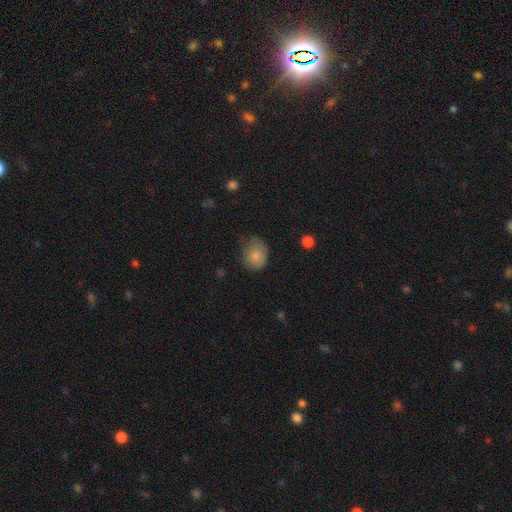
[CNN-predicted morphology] smooth 81%, featured or disk 10%, star or artifact 9%. Down the decision tree: how rounded — round (56%); merging — none (45%).